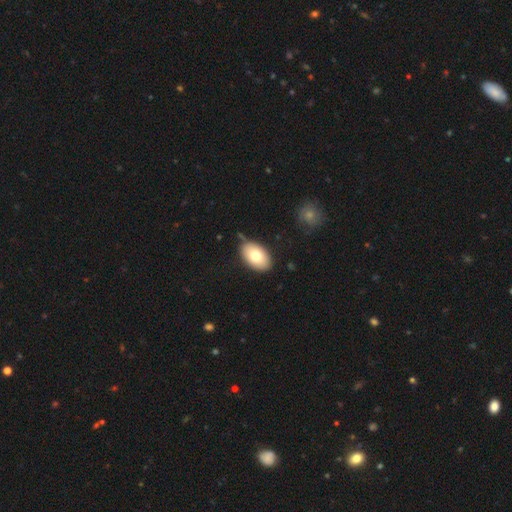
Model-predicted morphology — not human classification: Overall: smooth (76%). How rounded: in between (91%). Merging: none (81%).